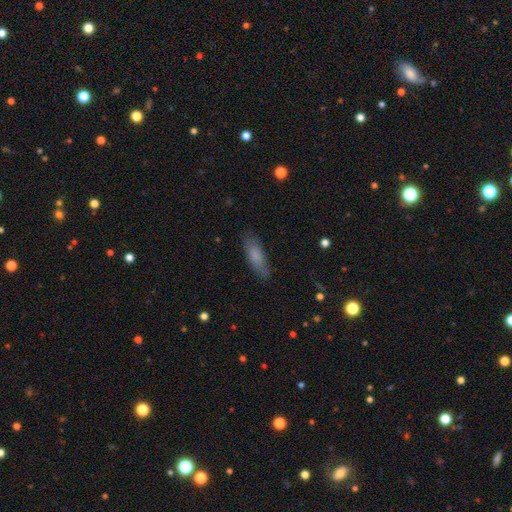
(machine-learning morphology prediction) This is likely a smooth galaxy (79%). How rounded: possibly in between (54%). Merging: clearly none (80%).